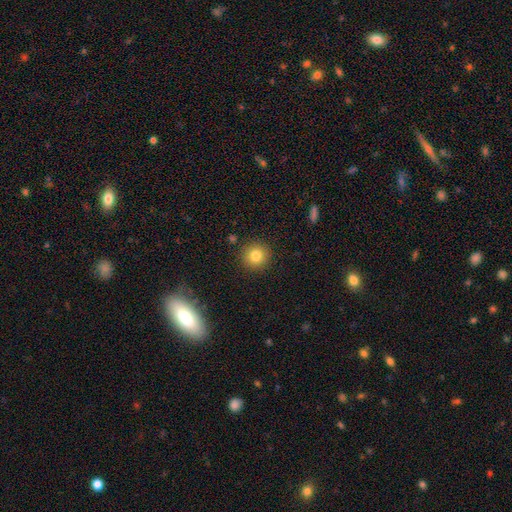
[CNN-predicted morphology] This is clearly a smooth galaxy (81%). How rounded: clearly round (94%). Merging: clearly none (90%).